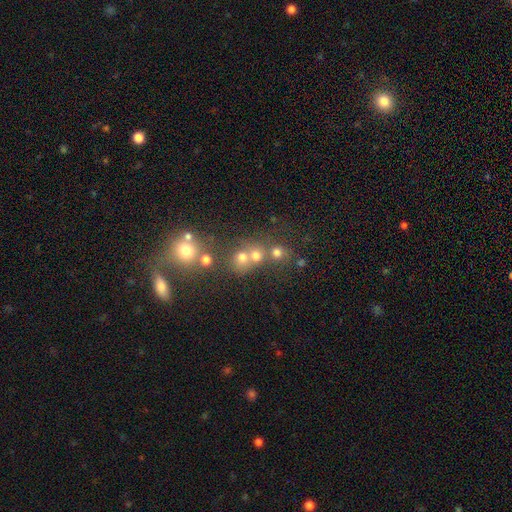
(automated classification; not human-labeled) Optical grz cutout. It shows a smooth galaxy with no disk features (67%) that is round (84%). Merging: none (49%).